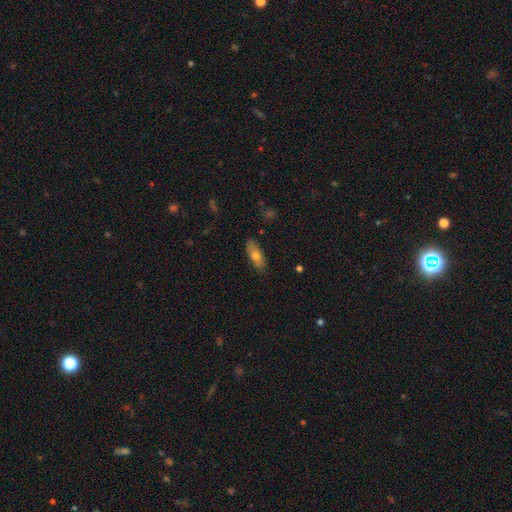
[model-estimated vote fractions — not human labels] Q: Smooth or featured?
A: smooth (69%); runner-up: featured or disk (24%)
Q: How rounded?
A: in between (75%); runner-up: cigar-shaped (22%)
Q: Merging?
A: none (84%); runner-up: minor disturbance (13%)